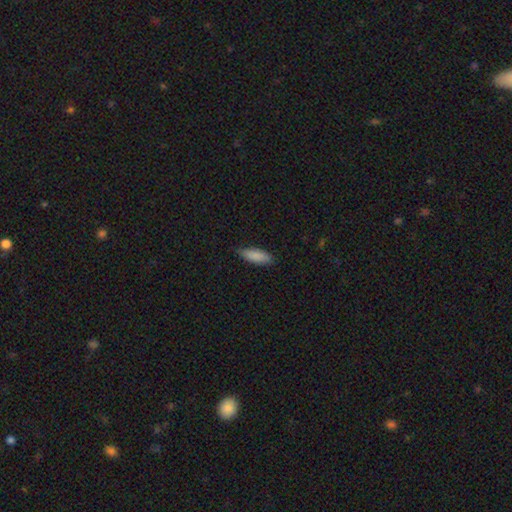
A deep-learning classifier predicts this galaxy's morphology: A smooth galaxy with no disk features (87%) that is in between round and cigar-shaped (64%). Merging: none (76%).